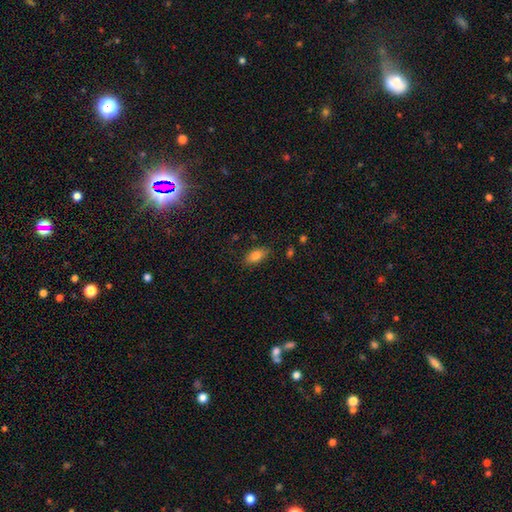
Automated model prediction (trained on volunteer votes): Smooth or featured? smooth (82%)
How rounded? in between (88%)
Merging? none (81%)